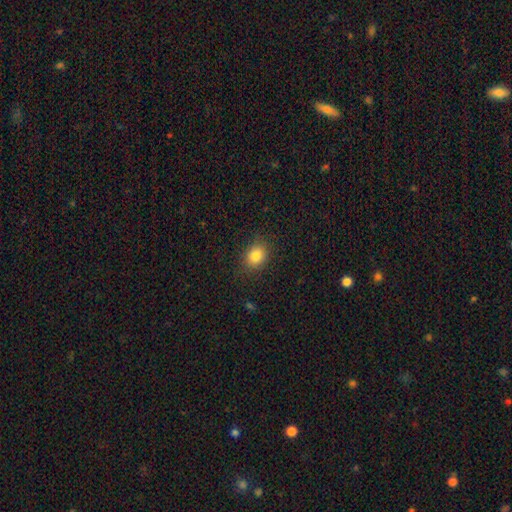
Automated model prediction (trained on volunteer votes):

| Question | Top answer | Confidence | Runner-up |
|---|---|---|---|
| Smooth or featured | smooth | 83% | star or artifact (11%) |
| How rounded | round | 52% | in between (47%) |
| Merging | none | 85% | minor disturbance (11%) |